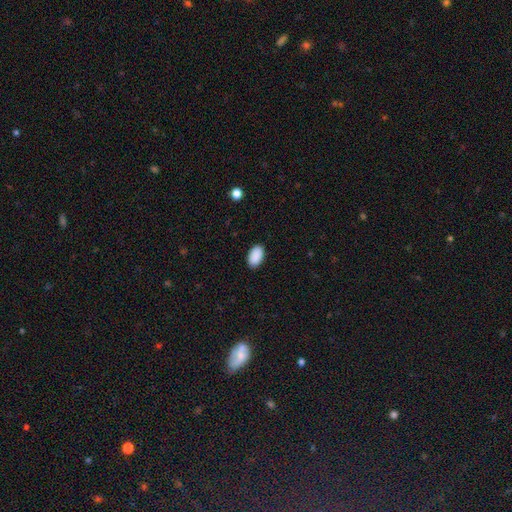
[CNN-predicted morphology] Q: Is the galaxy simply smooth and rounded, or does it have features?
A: smooth — 91%.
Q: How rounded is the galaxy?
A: in between — 94%.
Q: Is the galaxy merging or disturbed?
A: none — 90%.